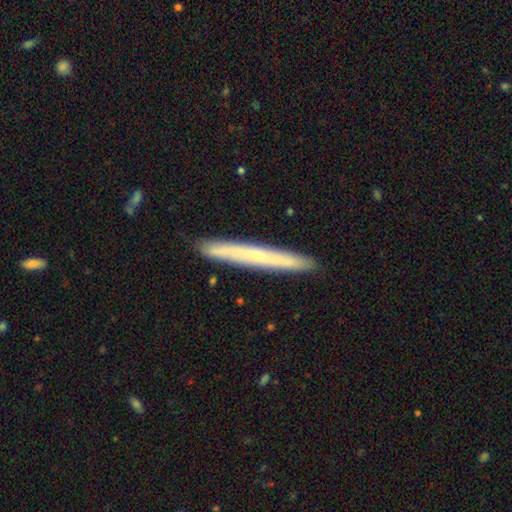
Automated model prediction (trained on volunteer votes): Smooth or featured? Predicted: featured or disk (p=0.49). Merging? Predicted: none (p=0.92).